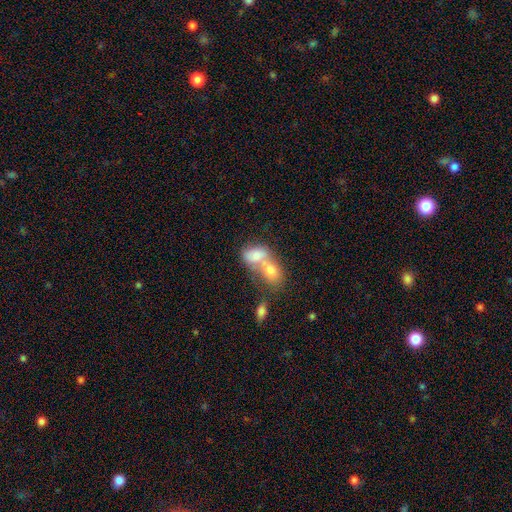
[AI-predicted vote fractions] smooth 72%, featured or disk 19%, star or artifact 8%. Down the decision tree: how rounded — in between (77%); merging — merger (76%).